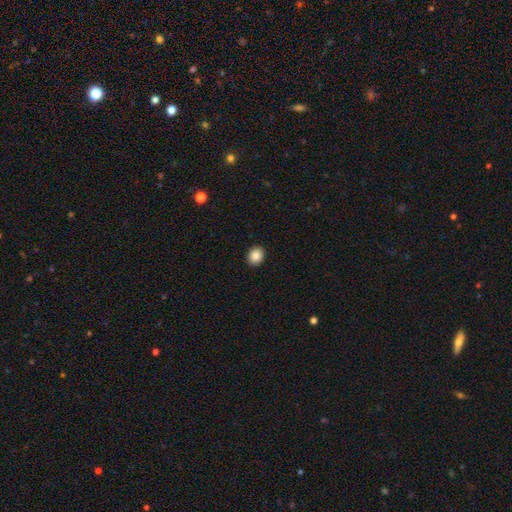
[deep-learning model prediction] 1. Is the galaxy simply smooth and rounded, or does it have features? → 88% smooth, 8% star or artifact, 4% featured or disk.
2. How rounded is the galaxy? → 61% round, 39% in between, 1% cigar-shaped.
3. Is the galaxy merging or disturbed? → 92% none, 5% minor disturbance, 2% major disturbance, 1% merger.